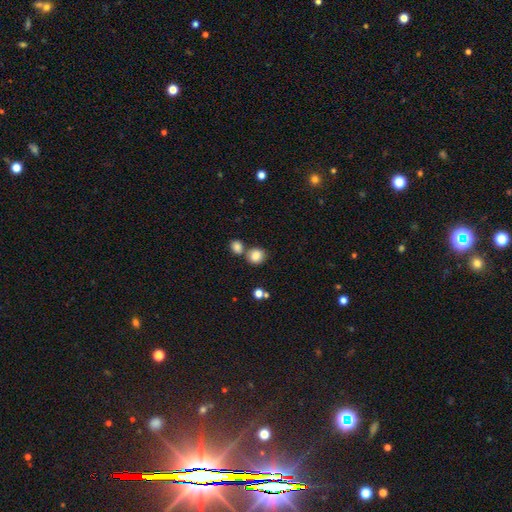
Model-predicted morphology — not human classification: smooth 85%, star or artifact 10%, featured or disk 5%. Down the decision tree: how rounded — round (78%); merging — none (59%).